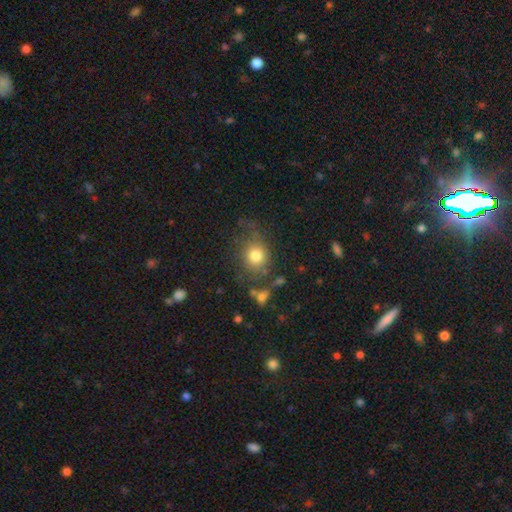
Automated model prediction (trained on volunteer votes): Q: Smooth or featured?
A: smooth (78%); runner-up: featured or disk (11%)
Q: How rounded?
A: round (78%); runner-up: in between (21%)
Q: Merging?
A: none (62%); runner-up: minor disturbance (20%)